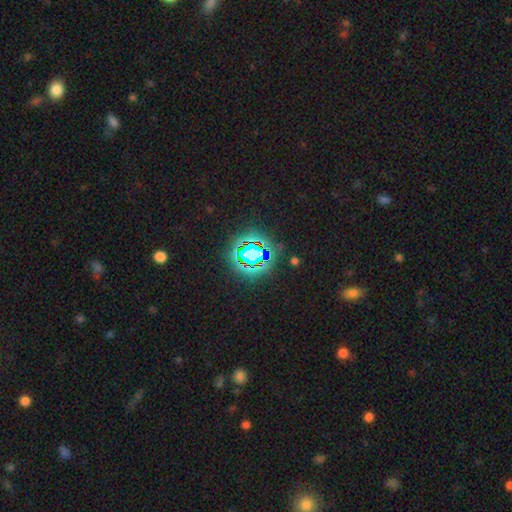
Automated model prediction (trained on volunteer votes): Smooth or featured? Predicted: star or artifact (p=0.79).